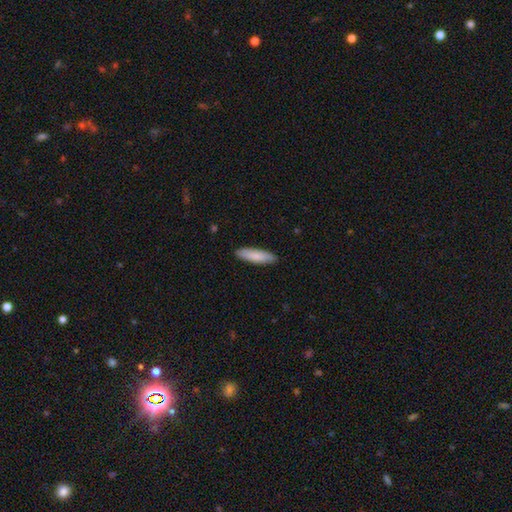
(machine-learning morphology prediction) Q: Smooth or featured?
A: smooth (84%); runner-up: featured or disk (10%)
Q: How rounded?
A: cigar-shaped (66%); runner-up: in between (33%)
Q: Merging?
A: none (88%); runner-up: minor disturbance (9%)